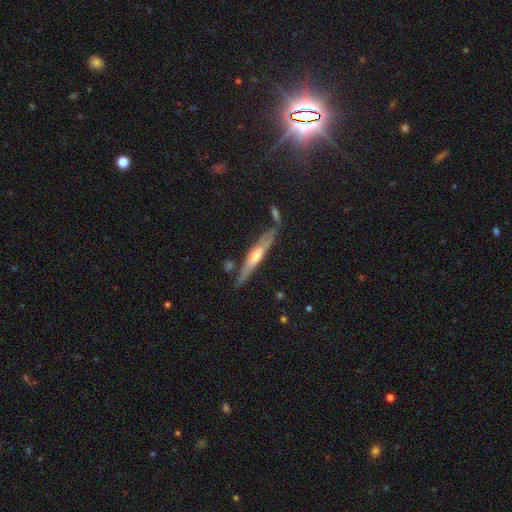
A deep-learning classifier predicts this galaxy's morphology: smooth-or-featured: featured or disk: 63% | smooth: 31% | star or artifact: 6%
  disk-edge-on: yes: 92% | no: 8%
    edge-on-bulge: rounded: 74% | none: 17% | boxy: 9%
  merging: none: 74% | minor disturbance: 15% | merger: 7% | major disturbance: 4%